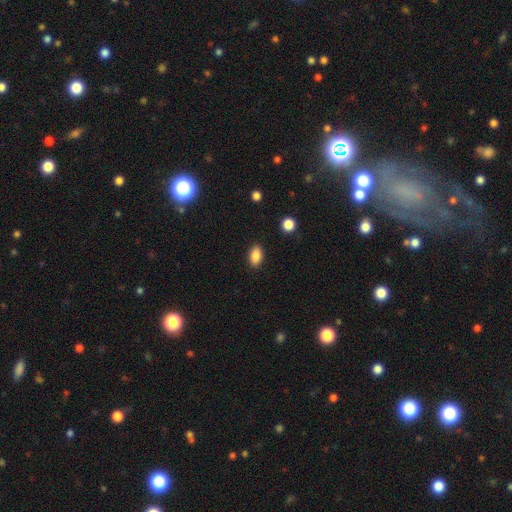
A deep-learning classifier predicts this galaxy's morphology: smooth-or-featured: smooth: 87% | star or artifact: 8% | featured or disk: 5%
  how-rounded: in between: 89% | round: 8% | cigar-shaped: 3%
  merging: none: 89% | minor disturbance: 8% | major disturbance: 2% | merger: 1%